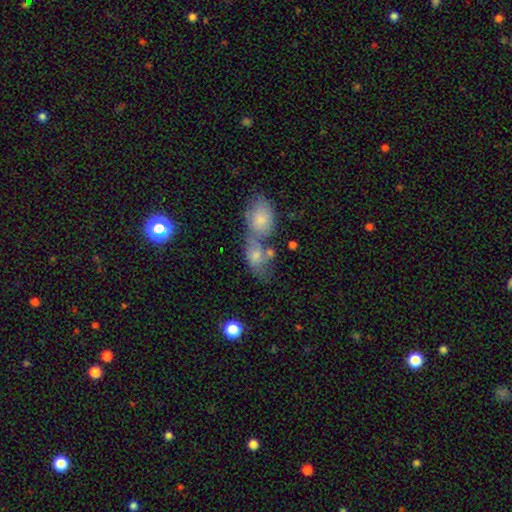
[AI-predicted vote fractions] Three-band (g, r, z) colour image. It shows a smooth galaxy with no disk features (67%) that is in between round and cigar-shaped (83%). Merging: merger (61%).